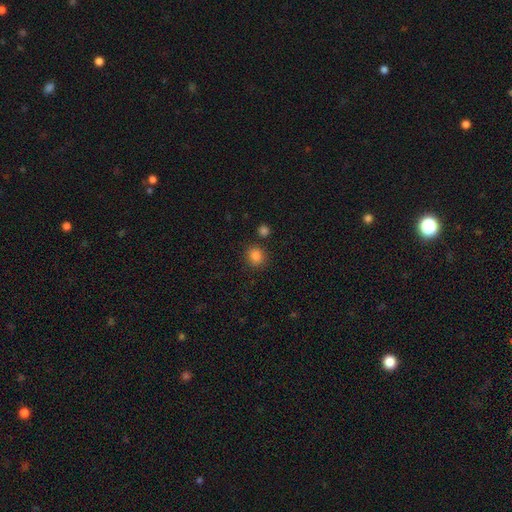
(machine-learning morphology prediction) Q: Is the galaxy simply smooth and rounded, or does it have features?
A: smooth — 85%.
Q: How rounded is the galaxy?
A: round — 84%.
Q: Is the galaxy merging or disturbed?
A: none — 83%.